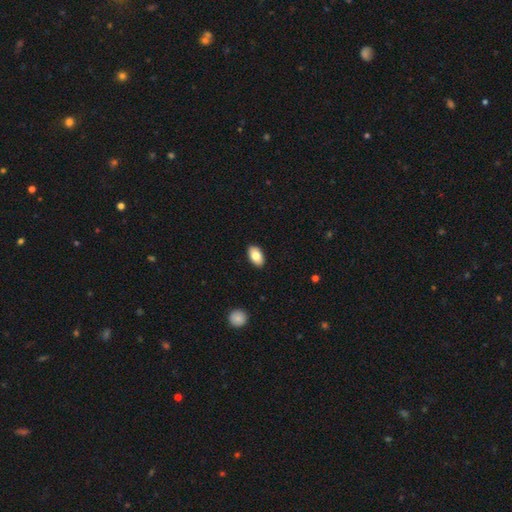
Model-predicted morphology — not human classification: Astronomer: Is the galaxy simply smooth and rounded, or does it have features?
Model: smooth — 82%.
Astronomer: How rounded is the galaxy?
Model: in between — 94%.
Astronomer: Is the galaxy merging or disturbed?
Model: none — 90%.